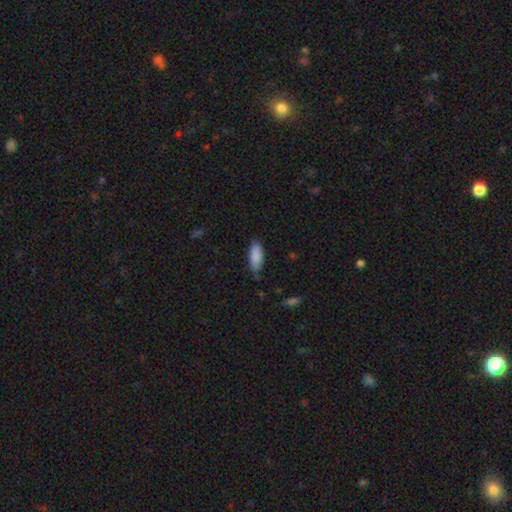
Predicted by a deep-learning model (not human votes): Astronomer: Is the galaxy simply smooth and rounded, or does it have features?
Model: smooth — 88%.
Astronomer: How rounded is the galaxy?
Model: in between — 80%.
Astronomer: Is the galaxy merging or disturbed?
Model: none — 73%.